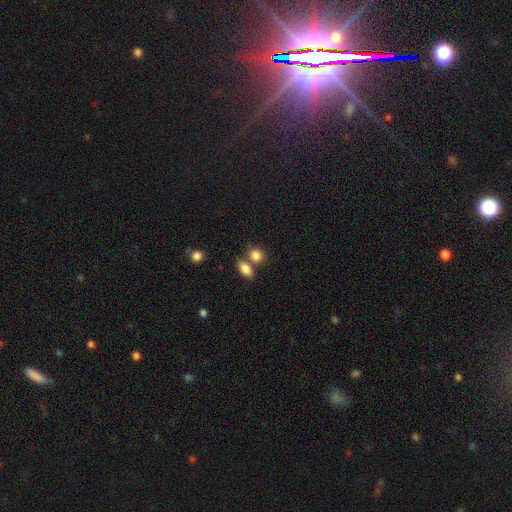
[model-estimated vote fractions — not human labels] The model was most divided on "how rounded": in between: 53%, round: 45%, cigar-shaped: 2%. More confident: smooth or featured — smooth (84%); merging — none (51%).